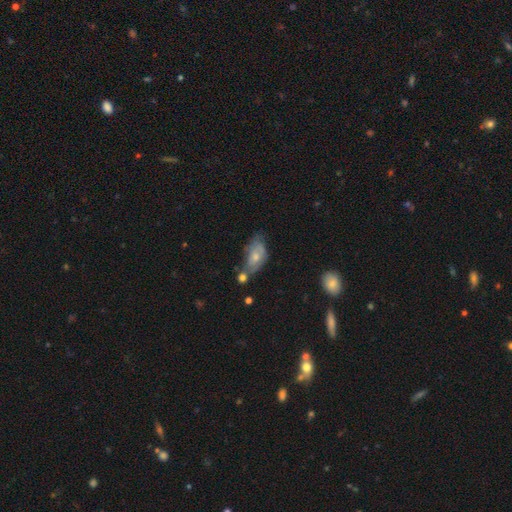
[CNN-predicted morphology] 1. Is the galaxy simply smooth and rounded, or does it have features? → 52% smooth, 40% featured or disk, 7% star or artifact.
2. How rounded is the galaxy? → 89% in between, 6% round, 5% cigar-shaped.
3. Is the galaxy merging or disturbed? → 35% none, 30% minor disturbance, 21% merger, 15% major disturbance.